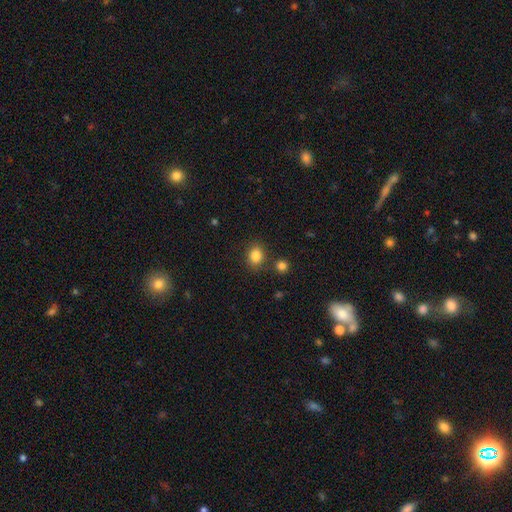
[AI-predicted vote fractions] Morphology: type=smooth (84%); roundness=round (54%); merging=none (77%).